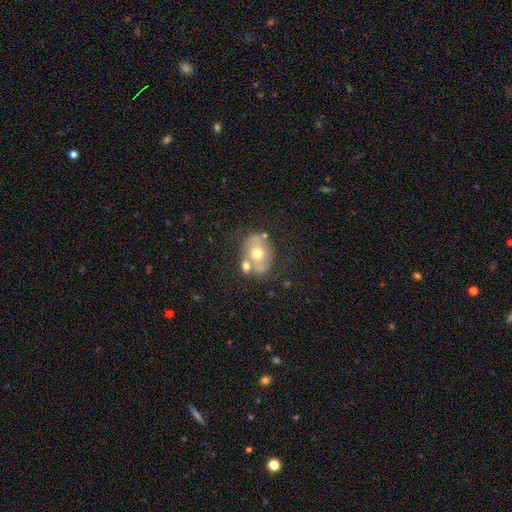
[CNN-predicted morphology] featured or disk 54%, smooth 36%, star or artifact 10%. Down the decision tree: edge-on disk — no (92%); bar — no (70%); spiral arms — no (72%); bulge size — moderate (77%); merging — none (59%).